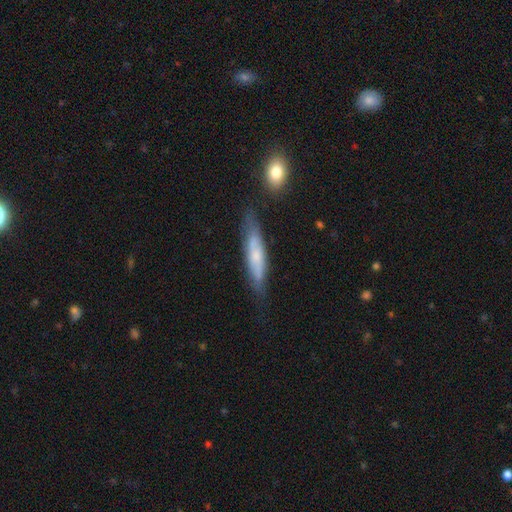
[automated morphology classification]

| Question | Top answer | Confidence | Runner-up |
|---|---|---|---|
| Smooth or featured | smooth | 49% | featured or disk (44%) |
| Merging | none | 71% | minor disturbance (21%) |